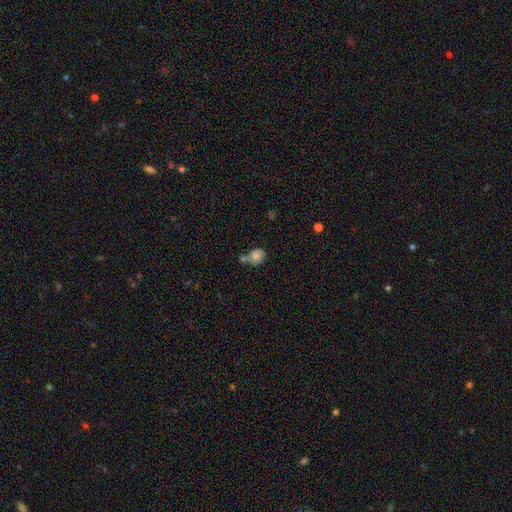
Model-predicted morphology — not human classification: Overall: smooth (77%). How rounded: round (60%; in between 39%). Merging: none (46%; merger 31%).